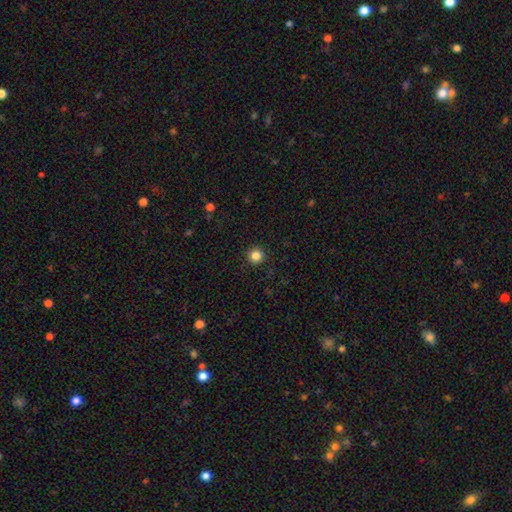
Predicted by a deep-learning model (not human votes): Overall: smooth (85%). How rounded: round (96%). Merging: none (92%).